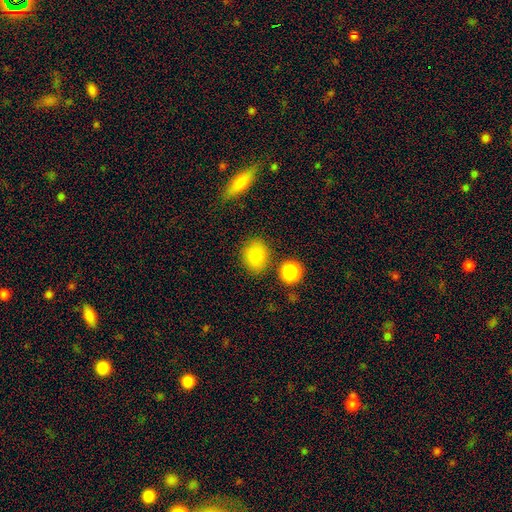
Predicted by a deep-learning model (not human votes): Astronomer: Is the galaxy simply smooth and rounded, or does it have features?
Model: smooth — 84%.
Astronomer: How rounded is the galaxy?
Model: round — 50% (runner-up: in between, 49%).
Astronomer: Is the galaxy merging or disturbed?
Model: none — 79%.